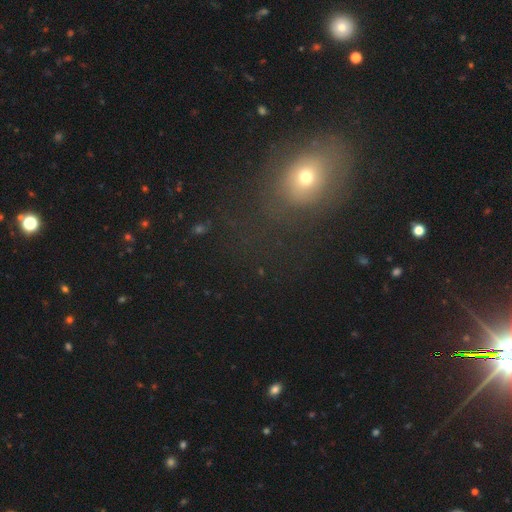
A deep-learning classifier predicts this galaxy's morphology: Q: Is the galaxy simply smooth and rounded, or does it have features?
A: smooth — 43%.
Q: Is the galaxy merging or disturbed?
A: none — 76%.